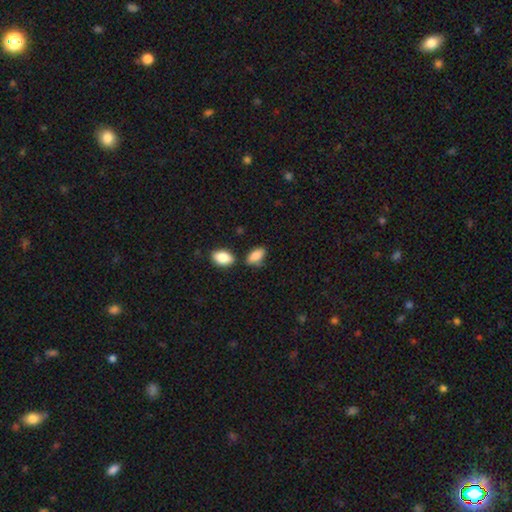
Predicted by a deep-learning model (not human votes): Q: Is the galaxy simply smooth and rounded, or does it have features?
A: smooth — 86%.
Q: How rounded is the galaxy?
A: in between — 91%.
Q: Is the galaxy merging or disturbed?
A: none — 66%.